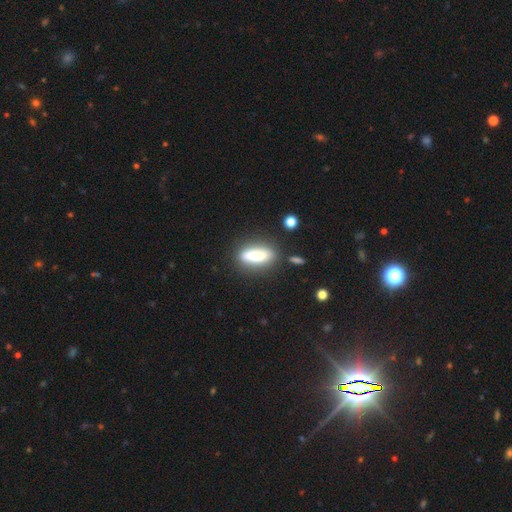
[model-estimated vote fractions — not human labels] Morphology: type=smooth (79%); roundness=in between (67%); merging=none (73%).